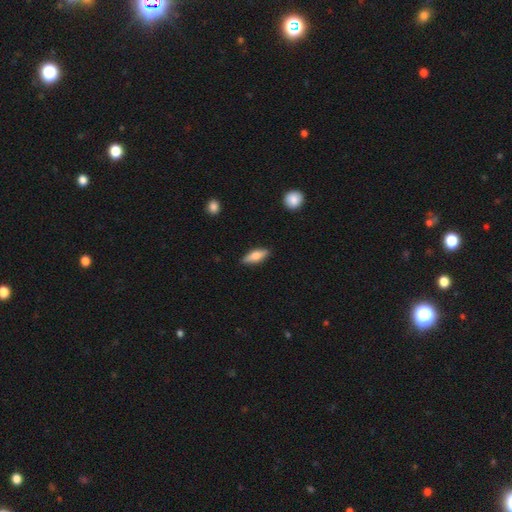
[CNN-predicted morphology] This is likely a smooth galaxy (68%). How rounded: likely in between (62%). Merging: clearly none (86%).